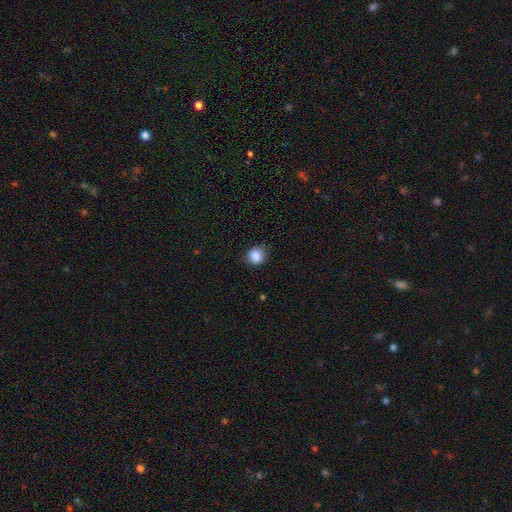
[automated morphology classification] Q: Smooth or featured?
A: smooth (86%); runner-up: star or artifact (10%)
Q: How rounded?
A: round (79%); runner-up: in between (20%)
Q: Merging?
A: none (79%); runner-up: minor disturbance (16%)